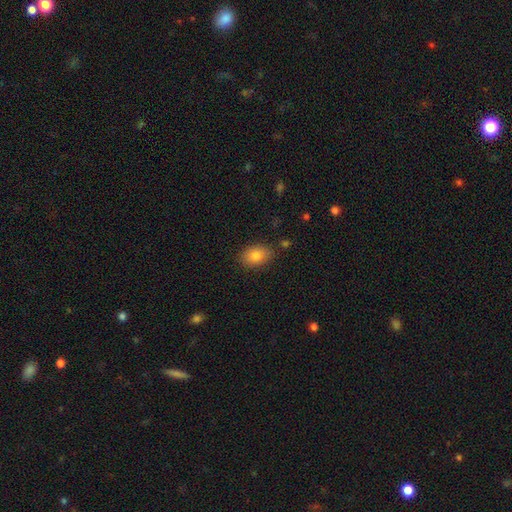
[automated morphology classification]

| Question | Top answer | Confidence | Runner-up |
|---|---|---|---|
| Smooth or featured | smooth | 85% | star or artifact (8%) |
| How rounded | in between | 83% | round (15%) |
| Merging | none | 83% | minor disturbance (12%) |